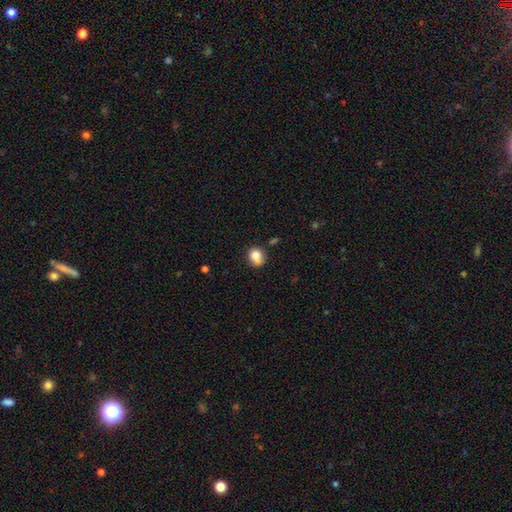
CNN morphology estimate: Overall: smooth (82%). How rounded: round (60%; in between 39%). Merging: none (60%; minor disturbance 24%).